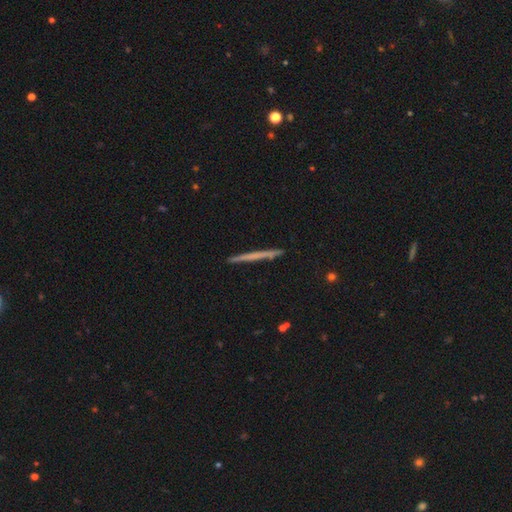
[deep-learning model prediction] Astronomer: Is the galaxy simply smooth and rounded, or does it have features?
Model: smooth — 49% (runner-up: featured or disk, 46%).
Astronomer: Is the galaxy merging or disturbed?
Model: none — 92%.